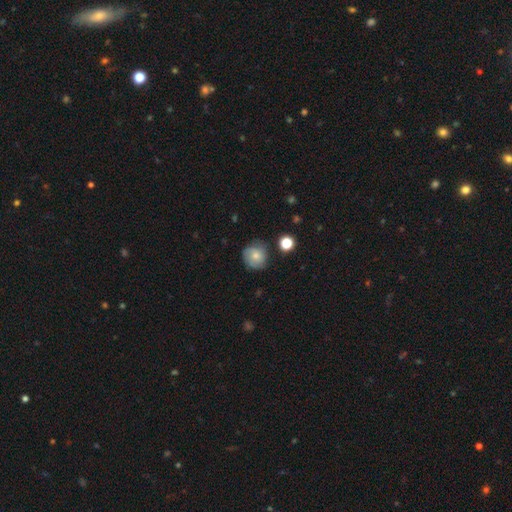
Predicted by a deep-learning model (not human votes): This appears to be a smooth galaxy with no disk features (65%) that is round (87%). Merging: none (71%).